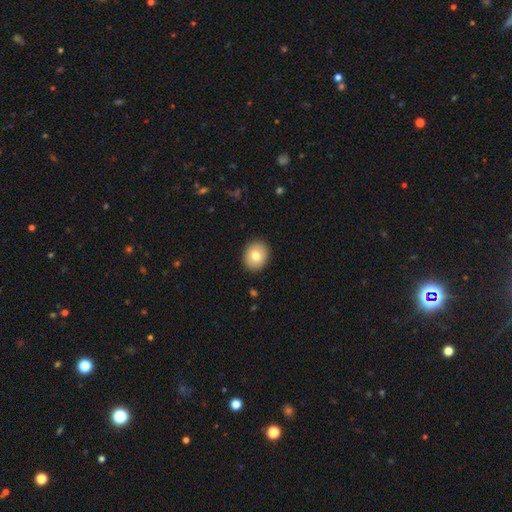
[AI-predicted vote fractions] This appears to be a smooth galaxy with no disk features (77%) that is round (61%). Merging: none (91%).